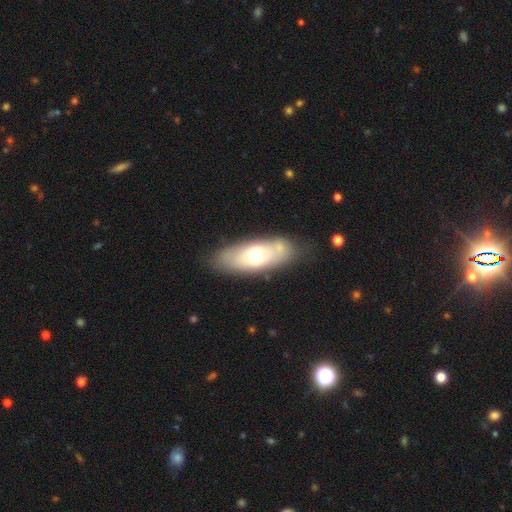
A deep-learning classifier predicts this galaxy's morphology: smooth 53%, featured or disk 40%, star or artifact 7%. Down the decision tree: how rounded — in between (78%); merging — none (72%).